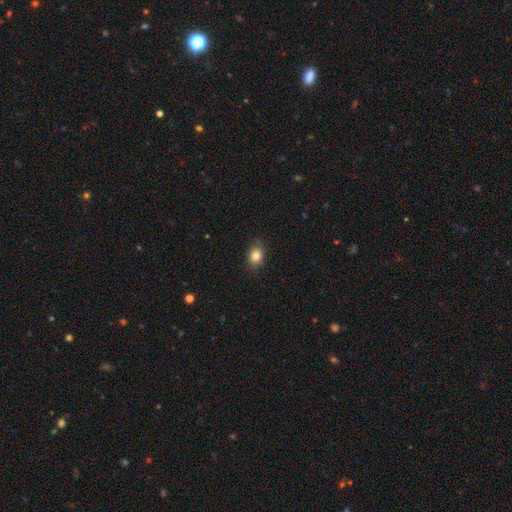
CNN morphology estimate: This appears to be a smooth galaxy with no disk features (83%) that is in between round and cigar-shaped (58%). Merging: none (81%).